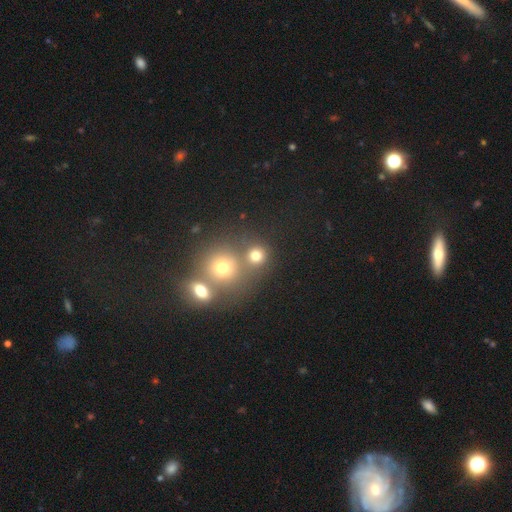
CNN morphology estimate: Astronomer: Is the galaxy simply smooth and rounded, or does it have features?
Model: smooth — 75%.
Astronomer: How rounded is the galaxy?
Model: round — 87%.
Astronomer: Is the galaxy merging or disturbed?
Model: none — 60%.